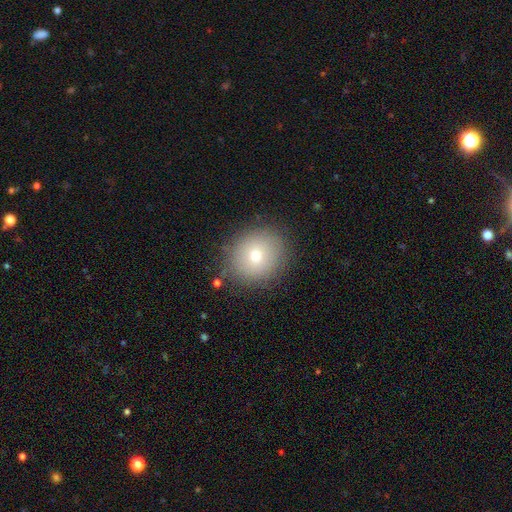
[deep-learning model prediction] The model was most divided on "smooth or featured": smooth: 73%, featured or disk: 14%, star or artifact: 13%. More confident: merging — none (85%); how rounded — round (82%).